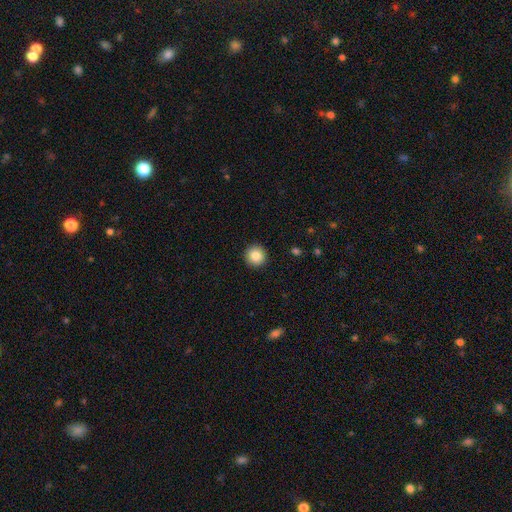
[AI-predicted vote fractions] Overall: smooth (87%). How rounded: round (96%). Merging: none (93%).